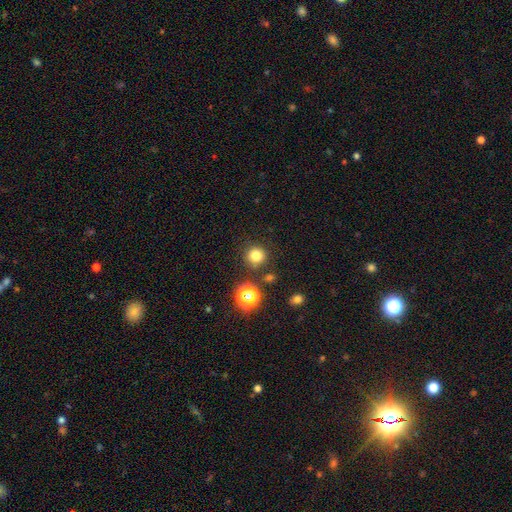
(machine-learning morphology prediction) Smooth or featured? smooth (78%)
How rounded? round (92%)
Merging? none (85%)